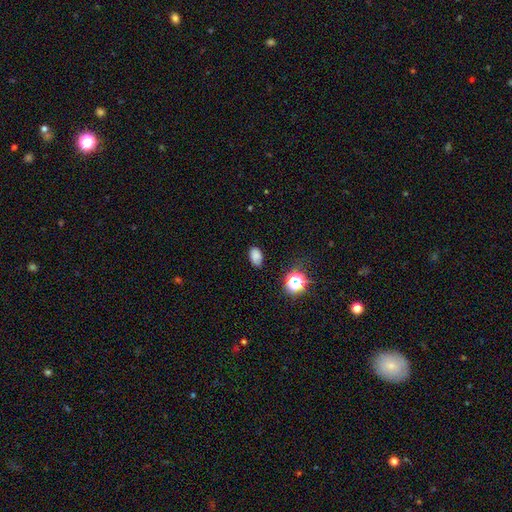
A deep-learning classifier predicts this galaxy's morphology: smooth-or-featured: smooth: 81% | star or artifact: 15% | featured or disk: 5%
  how-rounded: in between: 87% | round: 12% | cigar-shaped: 1%
  merging: none: 80% | minor disturbance: 15% | major disturbance: 3% | merger: 1%